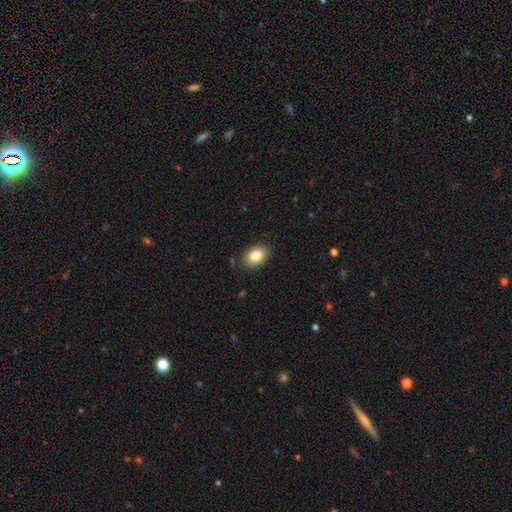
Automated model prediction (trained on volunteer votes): A smooth galaxy with no disk features (86%) that is in between round and cigar-shaped (84%).

Vote fractions:
- Smooth or featured? smooth: 86% / star or artifact: 8% / featured or disk: 7%
- How rounded? in between: 84% / round: 15% / cigar-shaped: 1%
- Merging? none: 86% / minor disturbance: 10% / major disturbance: 2% / merger: 1%